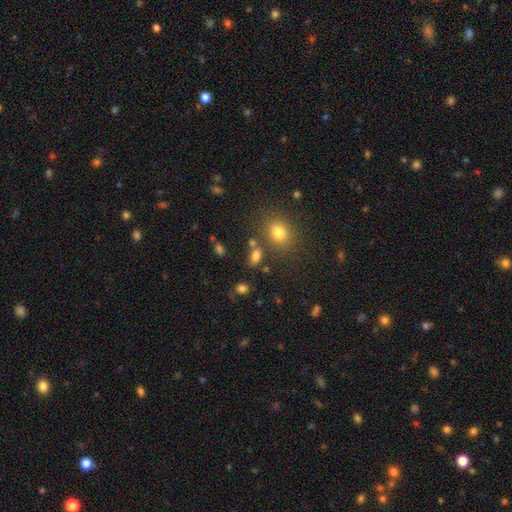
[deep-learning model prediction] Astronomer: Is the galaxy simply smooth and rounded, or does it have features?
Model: smooth — 78%.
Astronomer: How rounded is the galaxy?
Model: in between — 80%.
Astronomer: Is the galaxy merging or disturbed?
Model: none — 70%.